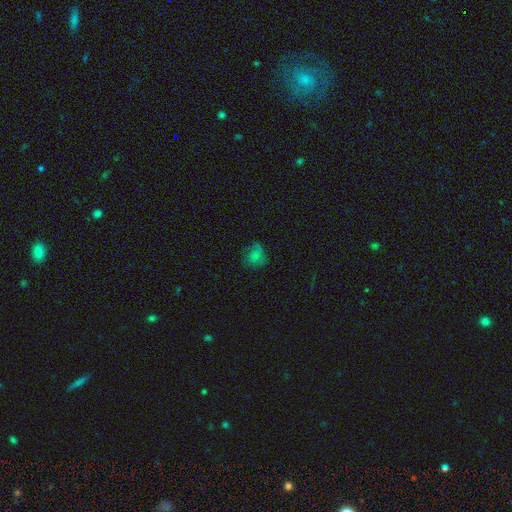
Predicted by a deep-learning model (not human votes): The model was most divided on "merging": none: 51%, minor disturbance: 27%, major disturbance: 19%, merger: 3%. More confident: smooth or featured — smooth (66%); how rounded — round (64%).